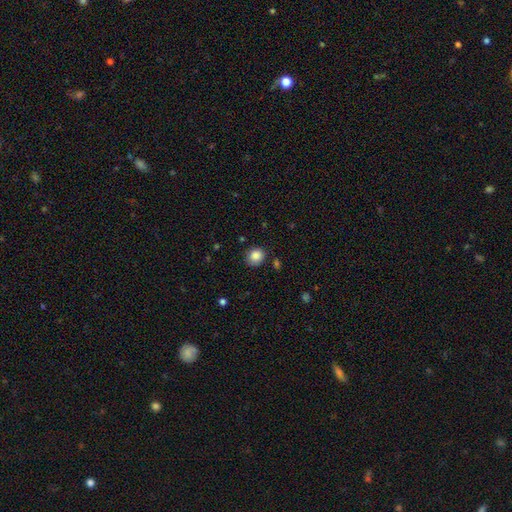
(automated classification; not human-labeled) Smooth or featured? smooth (86%)
How rounded? round (77%)
Merging? none (79%)